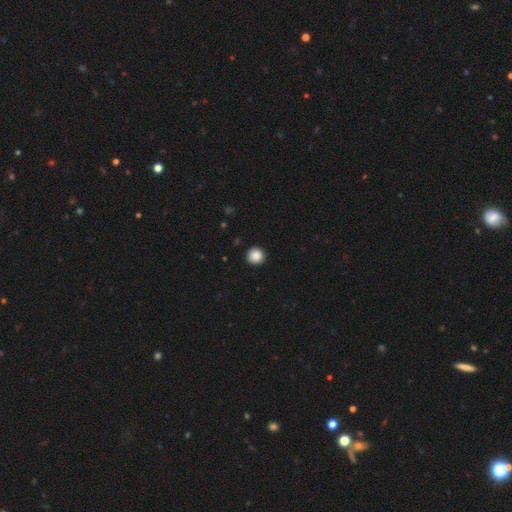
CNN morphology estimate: Smooth or featured? smooth (89%)
How rounded? round (96%)
Merging? none (93%)